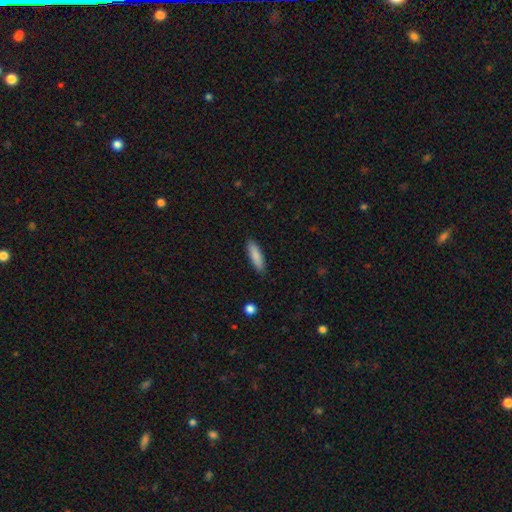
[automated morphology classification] A smooth galaxy with no disk features (86%) that is cigar-shaped (59%). Merging: none (87%).